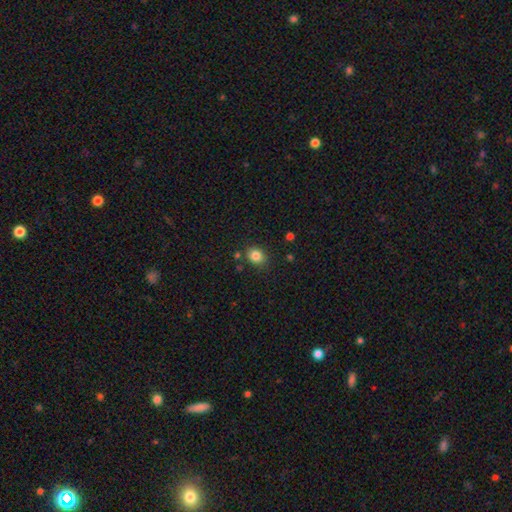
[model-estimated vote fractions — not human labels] smooth-or-featured: smooth: 83% | star or artifact: 11% | featured or disk: 6%
  how-rounded: round: 62% | in between: 38% | cigar-shaped: 1%
  merging: none: 82% | minor disturbance: 11% | merger: 4% | major disturbance: 3%